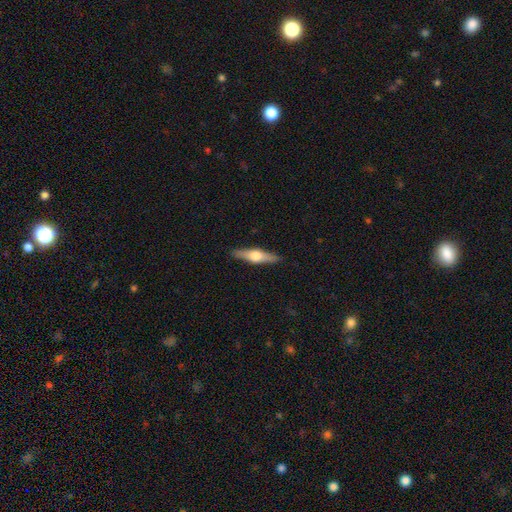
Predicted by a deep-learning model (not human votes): Overall: featured or disk (57%; smooth 37%). Edge-on disk: yes (95%). Edge-on bulge: rounded (94%). Merging: none (90%).